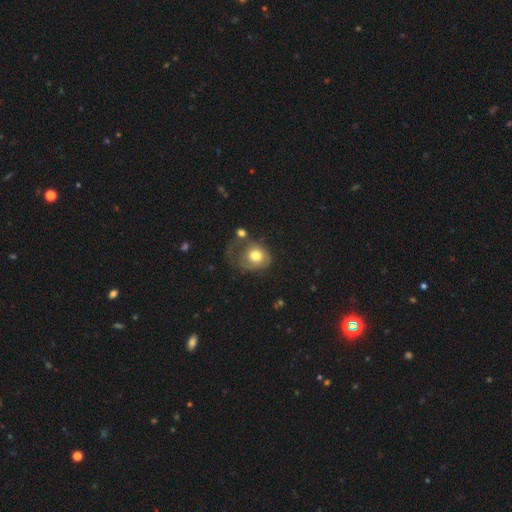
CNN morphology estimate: This appears to be a smooth galaxy with no disk features (64%) that is round (63%). Merging: major disturbance (41%).